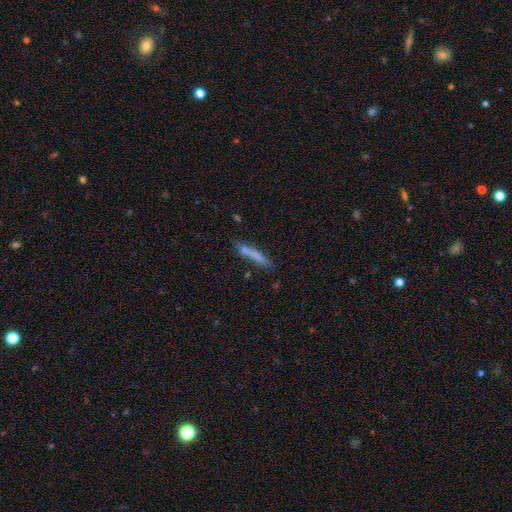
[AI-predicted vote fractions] The model was most divided on "merging": none: 65%, minor disturbance: 19%, merger: 11%, major disturbance: 6%. More confident: how rounded — cigar-shaped (89%); smooth or featured — smooth (70%).